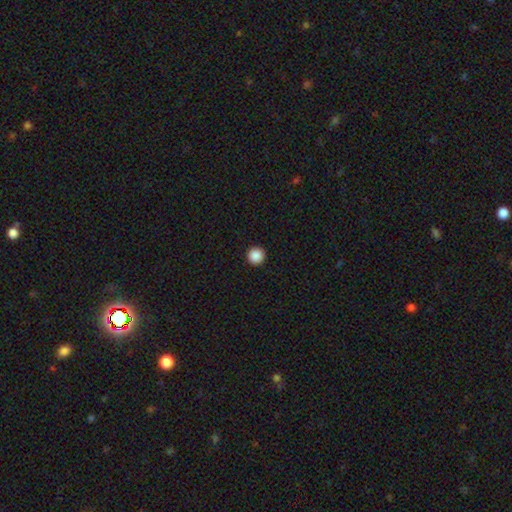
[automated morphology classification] smooth_or_featured: smooth (p=0.88) [alt: star or artifact p=0.10]
how_rounded: round (p=0.97) [alt: in between p=0.02]
merging: none (p=0.94) [alt: minor disturbance p=0.04]